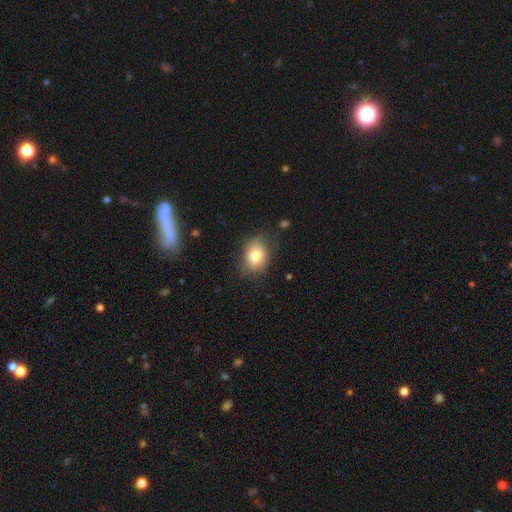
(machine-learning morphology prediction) smooth_or_featured: smooth (p=0.79) [alt: featured or disk p=0.12]
how_rounded: in between (p=0.63) [alt: round p=0.35]
merging: none (p=0.75) [alt: minor disturbance p=0.19]